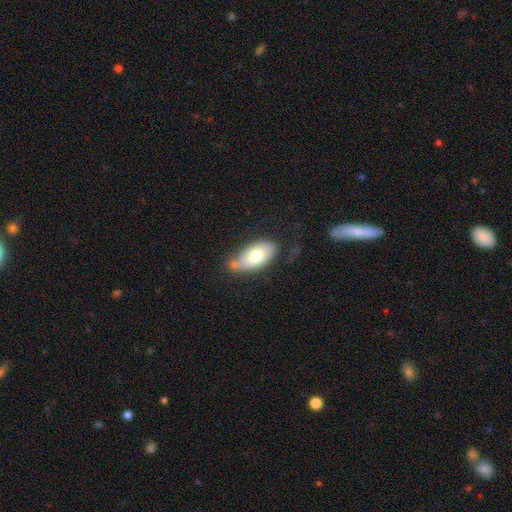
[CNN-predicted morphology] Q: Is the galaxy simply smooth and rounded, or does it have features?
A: smooth — 70%.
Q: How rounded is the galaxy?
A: in between — 92%.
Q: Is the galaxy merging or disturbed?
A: none — 51%.